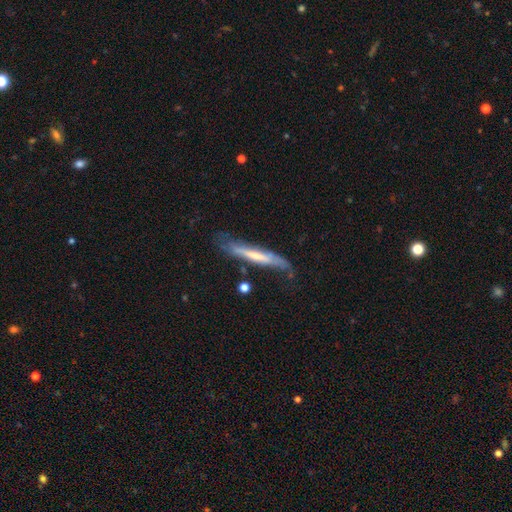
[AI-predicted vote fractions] A featured or disk galaxy (65%) viewed edge-on (75%). Merging: none (57%).